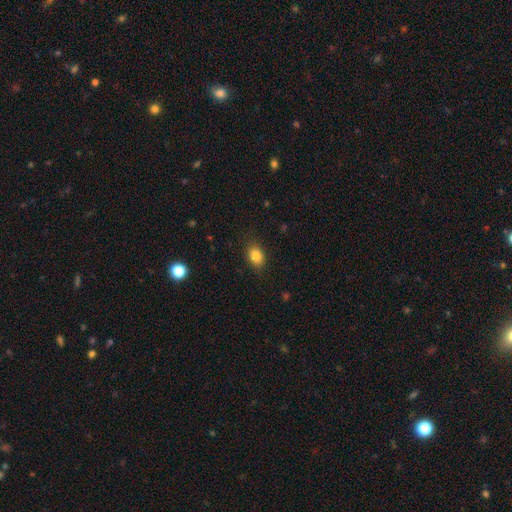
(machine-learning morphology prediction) Smooth or featured? smooth (85%)
How rounded? in between (72%)
Merging? none (83%)